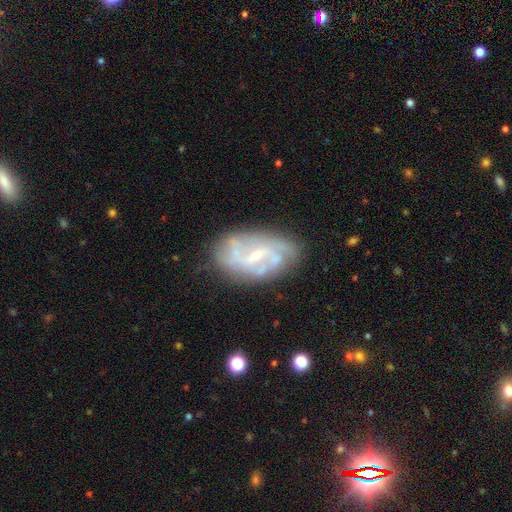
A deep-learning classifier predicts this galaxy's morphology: Smooth or featured? featured or disk (79%)
Edge-on disk? no (96%)
Bar? weak (51%)
Spiral arms? yes (85%)
Spiral winding? medium (41%)
Spiral arm count? 2 (44%)
Bulge size? small (69%)
Merging? none (69%)